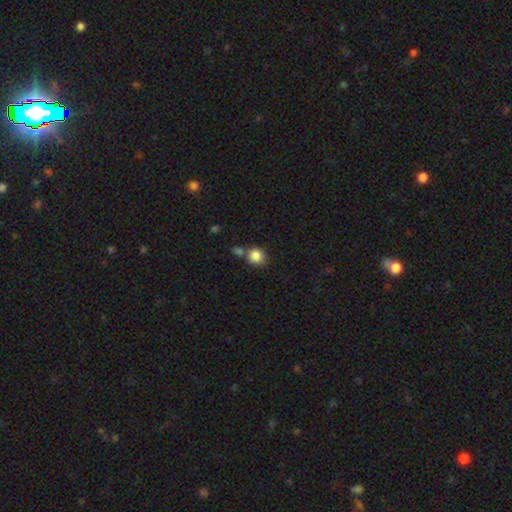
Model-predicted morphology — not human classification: Smooth or featured? Predicted: smooth (p=0.85). How rounded? Predicted: round (p=0.82). Merging? Predicted: none (p=0.60).